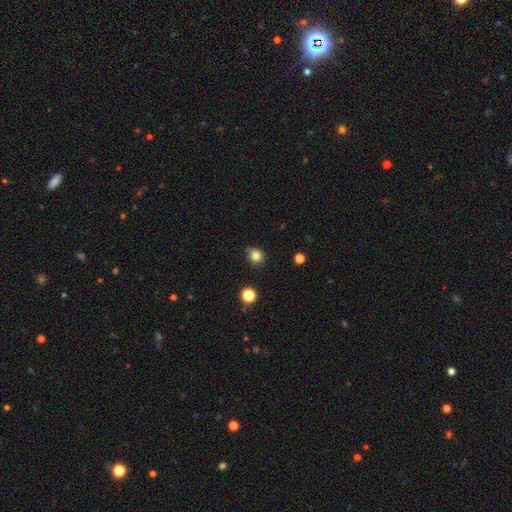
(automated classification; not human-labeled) Q: Smooth or featured?
A: smooth (82%); runner-up: star or artifact (13%)
Q: How rounded?
A: round (88%); runner-up: in between (11%)
Q: Merging?
A: none (78%); runner-up: minor disturbance (17%)